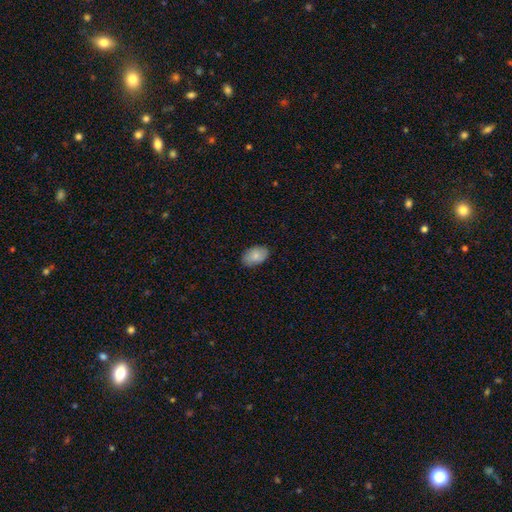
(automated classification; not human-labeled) Smooth or featured: smooth — 84% (featured or disk — 10%)
How rounded: in between — 92% (round — 7%)
Merging: none — 85% (minor disturbance — 12%)